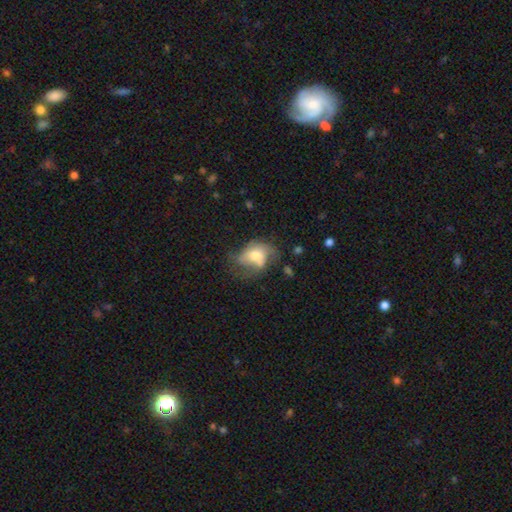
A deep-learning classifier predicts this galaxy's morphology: This is possibly a featured or disk galaxy (47%). Merging: marginally none (34%).